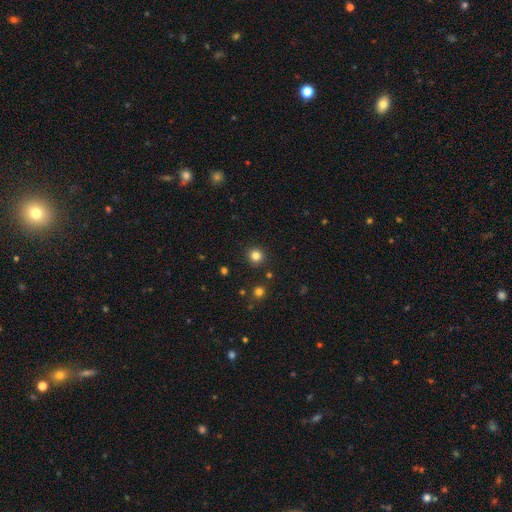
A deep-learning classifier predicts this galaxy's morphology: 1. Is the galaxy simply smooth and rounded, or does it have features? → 81% smooth, 14% star or artifact, 5% featured or disk.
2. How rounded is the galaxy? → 94% round, 5% in between, 1% cigar-shaped.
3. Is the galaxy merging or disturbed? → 91% none, 5% minor disturbance, 2% merger, 2% major disturbance.